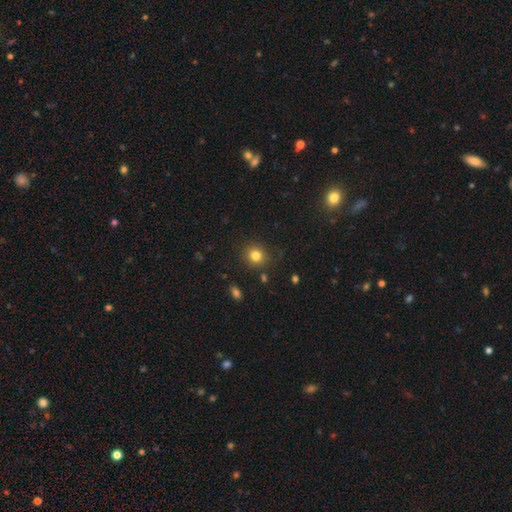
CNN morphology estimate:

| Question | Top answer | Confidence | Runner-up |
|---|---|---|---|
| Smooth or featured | smooth | 81% | star or artifact (12%) |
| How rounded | round | 86% | in between (13%) |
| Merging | none | 85% | minor disturbance (9%) |